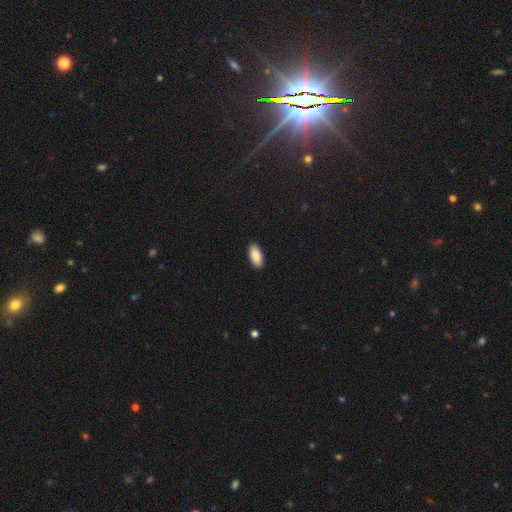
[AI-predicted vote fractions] A smooth galaxy with no disk features (89%) that is in between round and cigar-shaped (89%). Merging: none (91%).